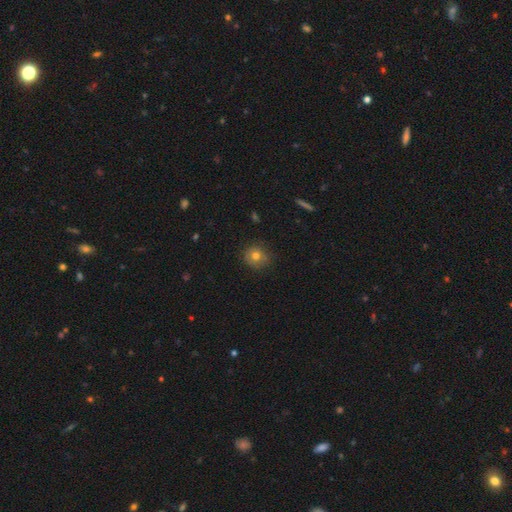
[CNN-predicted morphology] A smooth galaxy with no disk features (74%) that is round (89%).

Vote fractions:
- Smooth or featured? smooth: 74% / featured or disk: 14% / star or artifact: 11%
- How rounded? round: 89% / in between: 10% / cigar-shaped: 1%
- Merging? none: 79% / minor disturbance: 16% / major disturbance: 4% / merger: 1%